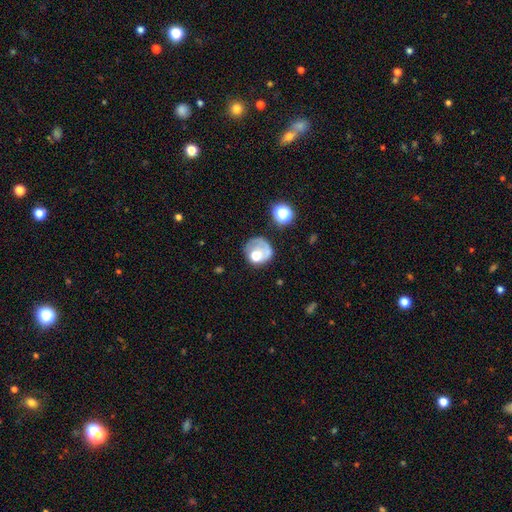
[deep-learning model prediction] This is possibly a smooth galaxy (54%). How rounded: likely round (78%). Merging: marginally none (41%).